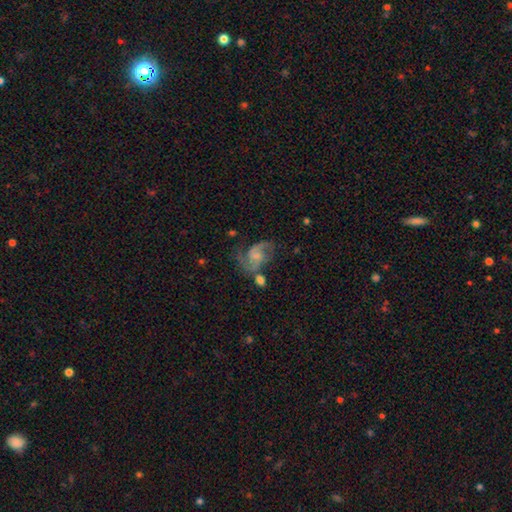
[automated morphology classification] Smooth or featured? featured or disk (77%)
Edge-on disk? no (98%)
Bar? no (53%)
Spiral arms? yes (92%)
Spiral winding? medium (47%)
Spiral arm count? 2 (82%)
Bulge size? small (50%)
Merging? none (46%)